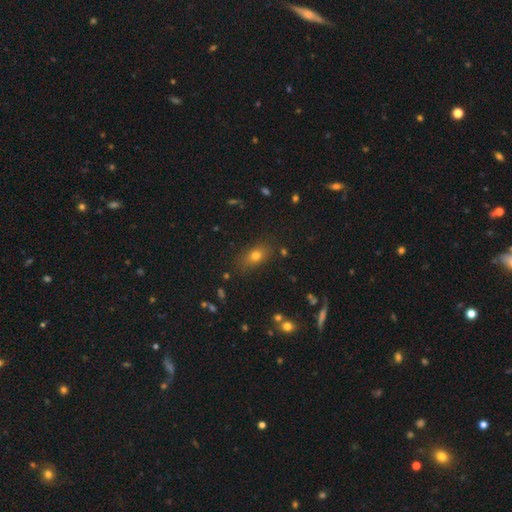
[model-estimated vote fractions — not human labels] Morphology: type=smooth (70%); roundness=in between (71%); merging=none (82%).